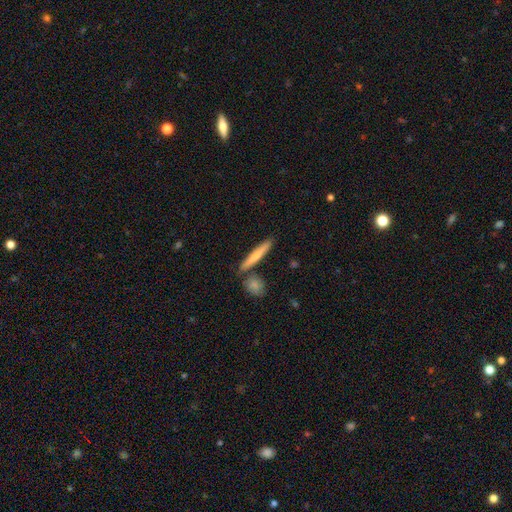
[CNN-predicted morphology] A smooth galaxy with no disk features (72%) that is cigar-shaped (92%). Merging: none (81%).